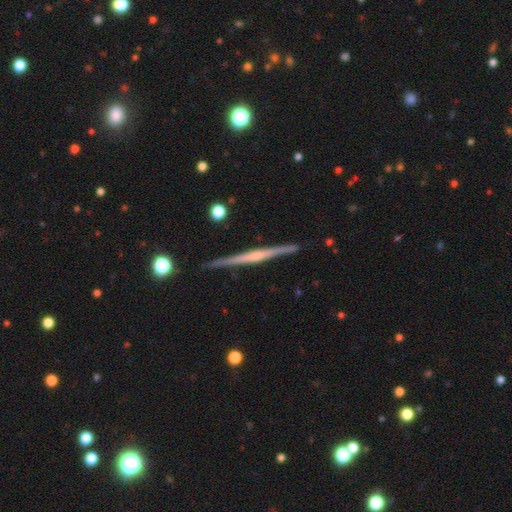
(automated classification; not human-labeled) Smooth or featured? Predicted: featured or disk (p=0.80). Edge-on disk? Predicted: yes (p=0.98). Edge-on bulge? Predicted: rounded (p=0.59). Merging? Predicted: none (p=0.91).